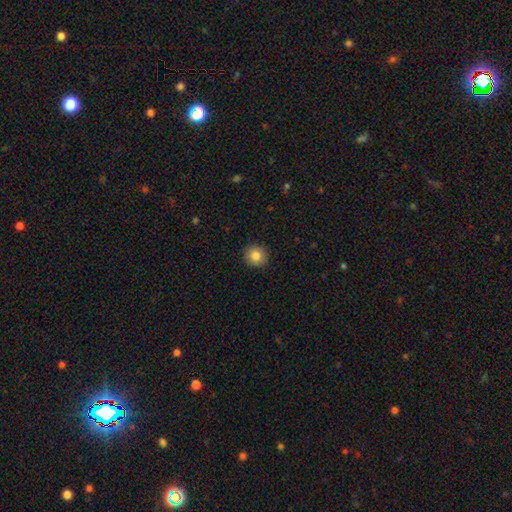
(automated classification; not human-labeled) A smooth galaxy with no disk features (84%) that is round (91%). Merging: none (92%).